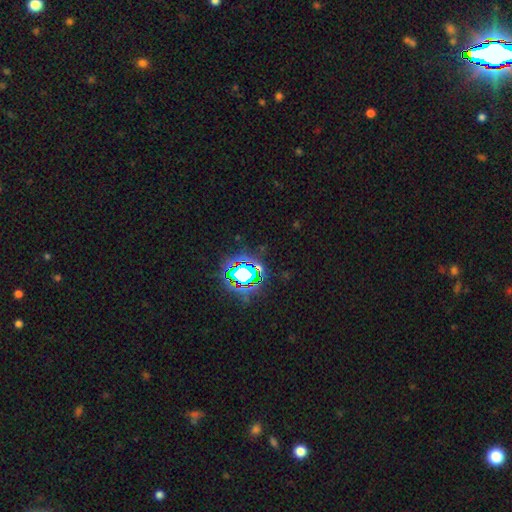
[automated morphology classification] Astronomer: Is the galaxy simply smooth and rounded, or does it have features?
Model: star or artifact — 82%.